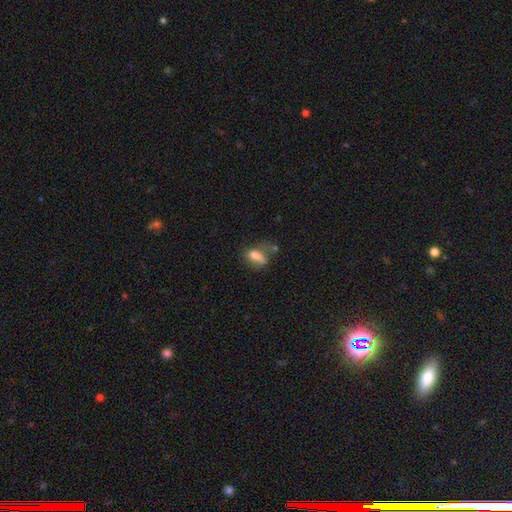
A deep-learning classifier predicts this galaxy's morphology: Smooth or featured?
  - smooth: 70% *
  - featured or disk: 18%
  - star or artifact: 12%
How rounded?
  - in between: 81% *
  - round: 11%
  - cigar-shaped: 8%
Merging?
  - none: 31% *
  - major disturbance: 29%
  - minor disturbance: 28%
  - merger: 12%